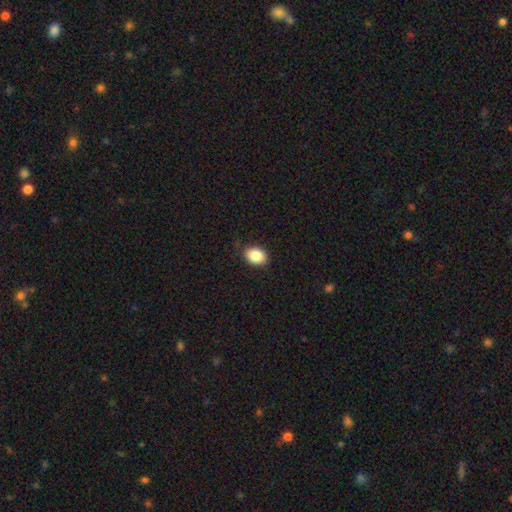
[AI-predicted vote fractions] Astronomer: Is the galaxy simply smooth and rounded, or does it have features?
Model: smooth — 86%.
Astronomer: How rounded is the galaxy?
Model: in between — 67%.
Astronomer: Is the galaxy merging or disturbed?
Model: none — 86%.